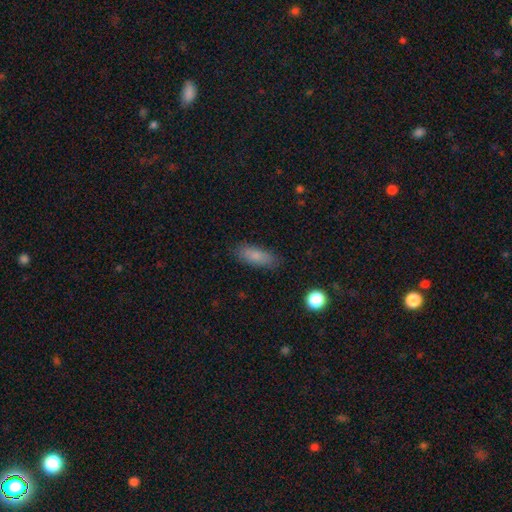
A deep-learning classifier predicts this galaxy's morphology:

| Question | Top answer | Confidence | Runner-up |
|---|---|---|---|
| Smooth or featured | smooth | 81% | featured or disk (11%) |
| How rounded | in between | 68% | cigar-shaped (29%) |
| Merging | none | 83% | minor disturbance (13%) |